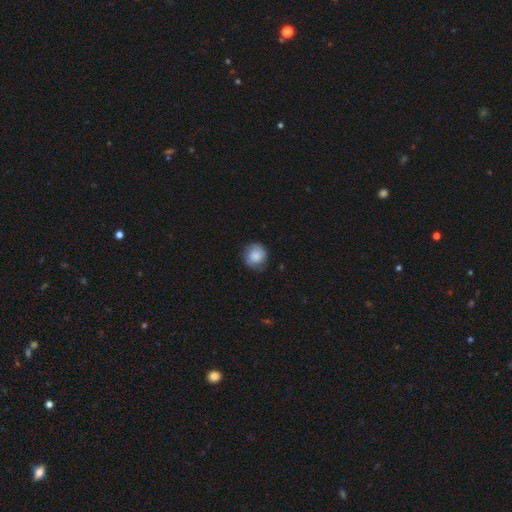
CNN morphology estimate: smooth 74%, featured or disk 19%, star or artifact 7%. Down the decision tree: how rounded — round (88%); merging — none (79%).